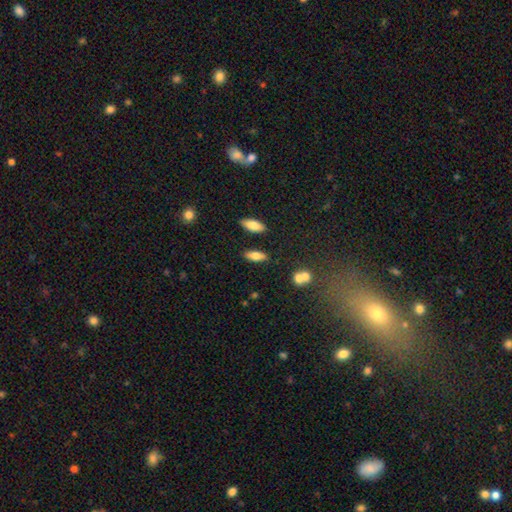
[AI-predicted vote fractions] smooth-or-featured: smooth: 78% | featured or disk: 14% | star or artifact: 8%
  how-rounded: in between: 72% | cigar-shaped: 24% | round: 4%
  merging: none: 80% | minor disturbance: 11% | merger: 6% | major disturbance: 3%